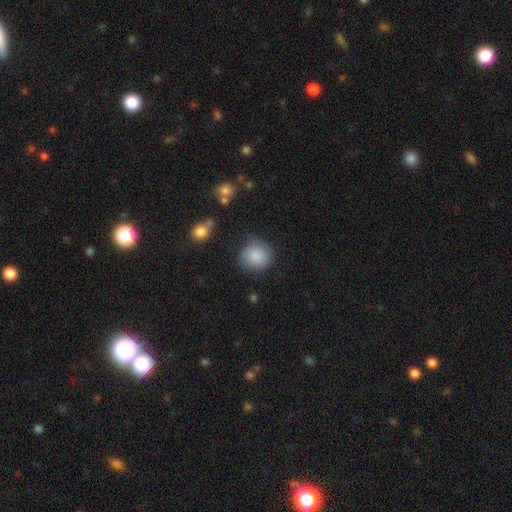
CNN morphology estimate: This is clearly a smooth galaxy (84%). How rounded: clearly round (83%). Merging: likely none (66%).